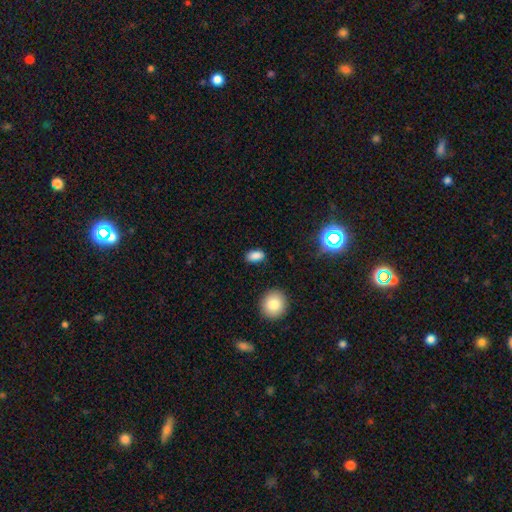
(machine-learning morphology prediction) smooth 83%, star or artifact 12%, featured or disk 5%. Down the decision tree: how rounded — in between (88%); merging — none (84%).